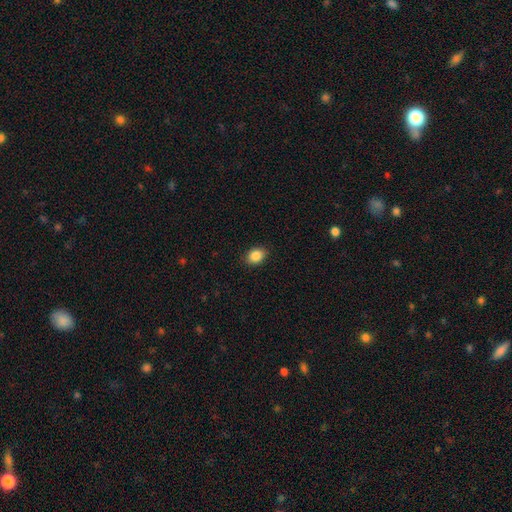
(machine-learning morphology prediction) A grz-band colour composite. It shows a smooth galaxy with no disk features (87%) that is in between round and cigar-shaped (64%). Merging: none (88%).